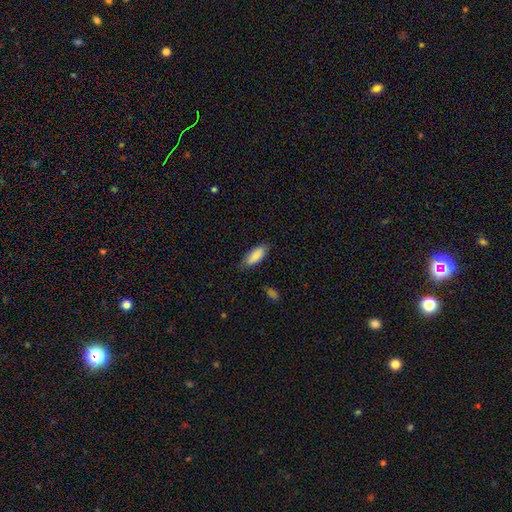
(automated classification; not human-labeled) A smooth galaxy with no disk features (88%) that is in between round and cigar-shaped (82%). Merging: none (79%).